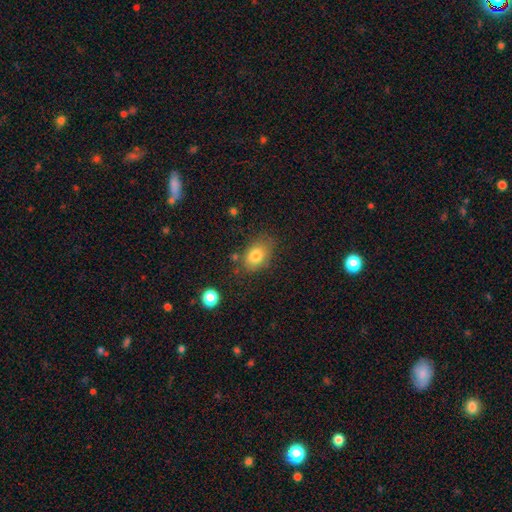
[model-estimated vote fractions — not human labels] Smooth or featured? Predicted: smooth (p=0.80). How rounded? Predicted: in between (p=0.77). Merging? Predicted: none (p=0.70).